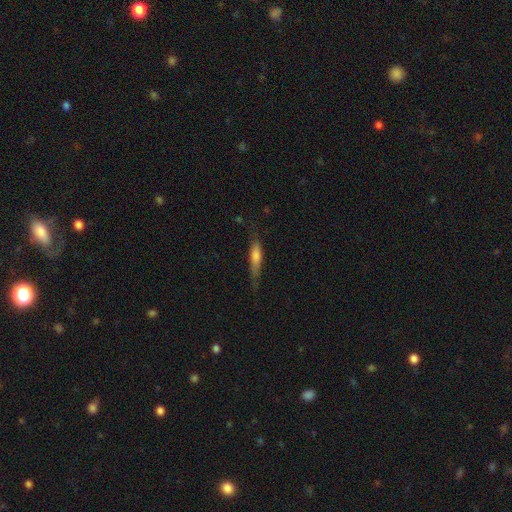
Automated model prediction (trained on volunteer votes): This appears to be a smooth galaxy with no disk features (60%) that is cigar-shaped (80%). Merging: none (65%).